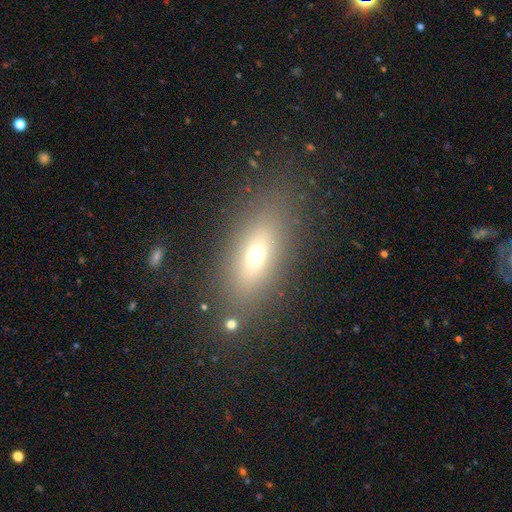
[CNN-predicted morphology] smooth_or_featured: smooth (p=0.63) [alt: featured or disk p=0.23]
how_rounded: in between (p=0.71) [alt: cigar-shaped p=0.21]
merging: none (p=0.83) [alt: minor disturbance p=0.09]